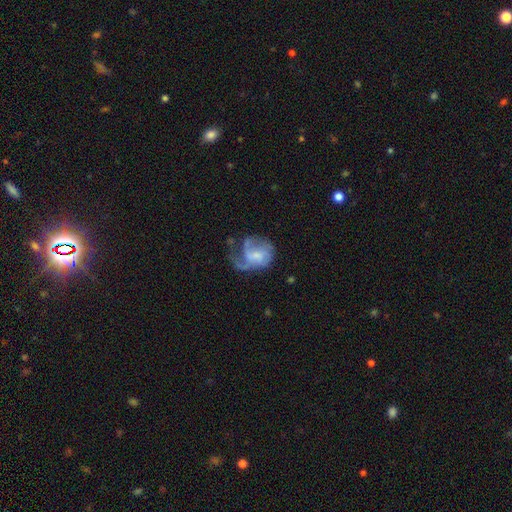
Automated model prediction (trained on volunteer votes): smooth-or-featured: featured or disk: 64% | smooth: 28% | star or artifact: 8%
  disk-edge-on: no: 98% | yes: 2%
    bar: no: 56% | weak: 38% | strong: 6%
    has-spiral-arms: yes: 75% | no: 25%
    bulge-size: small: 34% | moderate: 31% | none: 26% | large: 7% | dominant: 2%
  merging: major disturbance: 45% | none: 30% | minor disturbance: 22% | merger: 3%